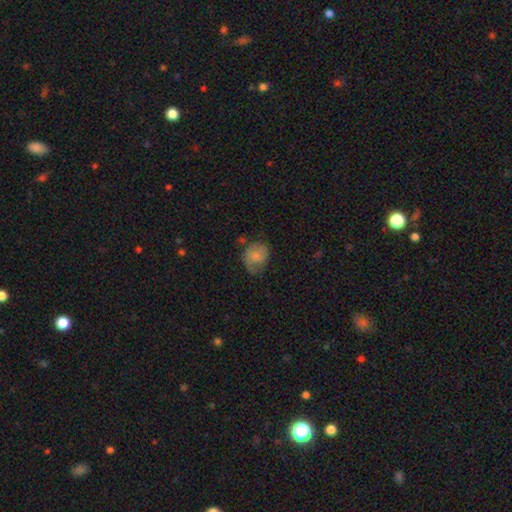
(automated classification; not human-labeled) Overall: smooth (69%). How rounded: round (60%; in between 39%). Merging: none (47%; minor disturbance 34%).